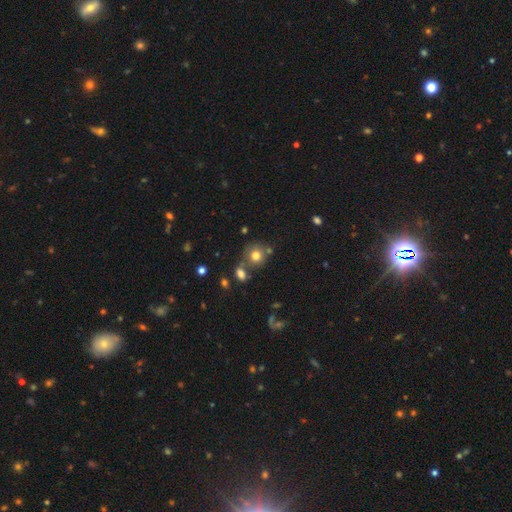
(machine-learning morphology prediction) smooth 76%, star or artifact 12%, featured or disk 12%. Down the decision tree: how rounded — round (83%); merging — none (61%).